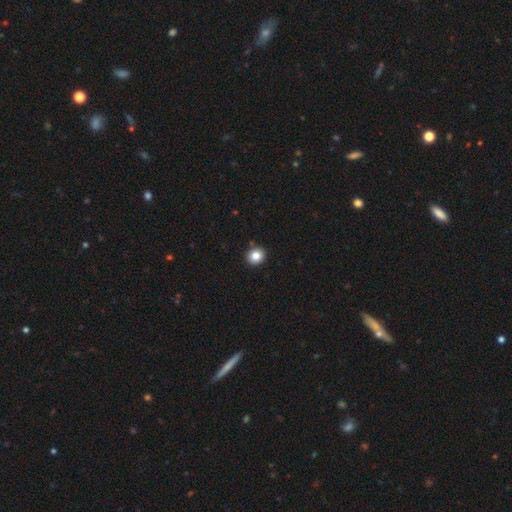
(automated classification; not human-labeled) Smooth or featured: smooth — 83% (star or artifact — 10%)
How rounded: round — 82% (in between — 17%)
Merging: none — 90% (minor disturbance — 6%)